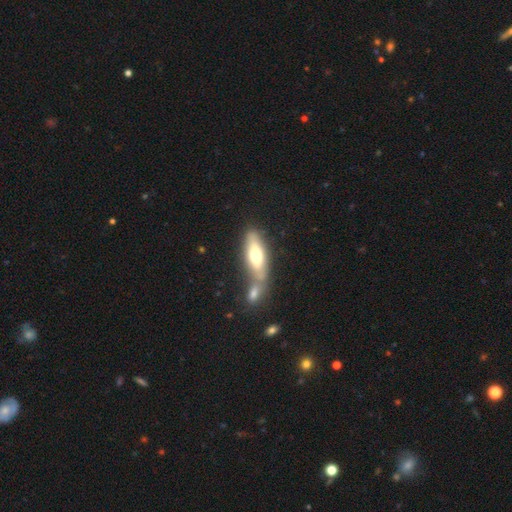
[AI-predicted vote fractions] Smooth or featured?
  - smooth: 58% *
  - featured or disk: 36%
  - star or artifact: 6%
How rounded?
  - in between: 57% *
  - cigar-shaped: 40%
  - round: 2%
Merging?
  - none: 43% *
  - merger: 40%
  - minor disturbance: 13%
  - major disturbance: 5%